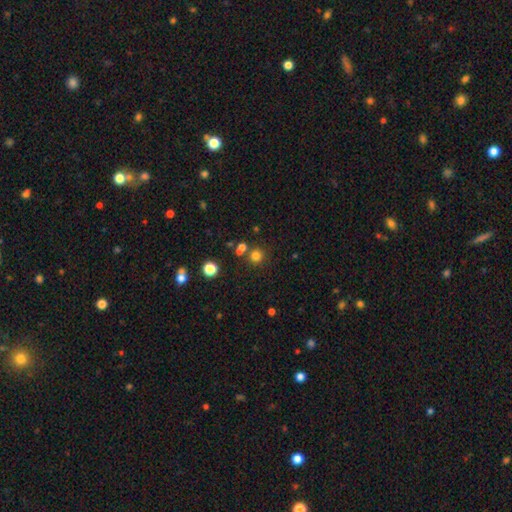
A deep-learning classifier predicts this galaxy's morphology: This is likely a smooth galaxy (75%). How rounded: clearly round (91%). Merging: likely none (73%).